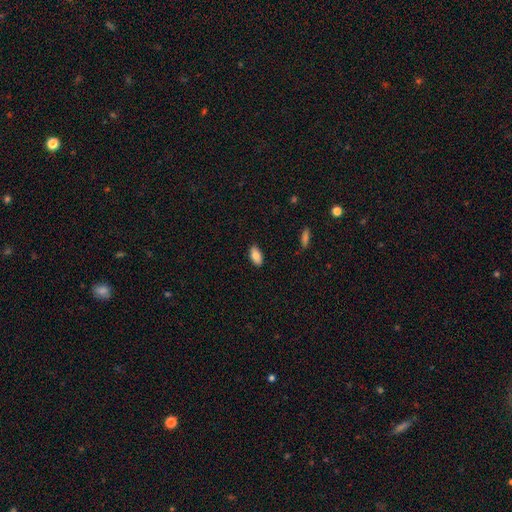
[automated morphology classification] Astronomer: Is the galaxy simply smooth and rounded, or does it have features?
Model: smooth — 84%.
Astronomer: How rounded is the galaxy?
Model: in between — 92%.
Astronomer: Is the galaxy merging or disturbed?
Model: none — 88%.